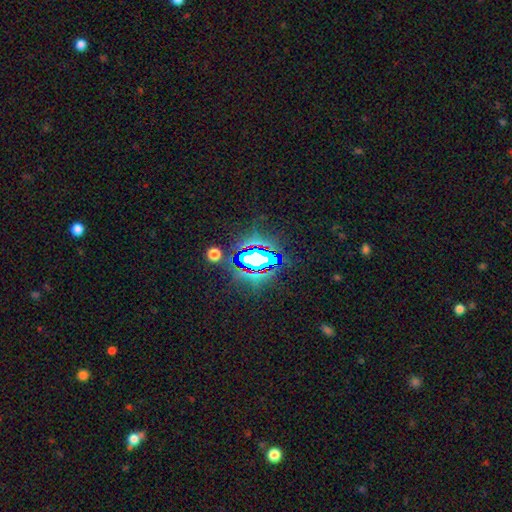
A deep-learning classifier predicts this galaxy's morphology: Smooth or featured: star or artifact — 69% (smooth — 18%)